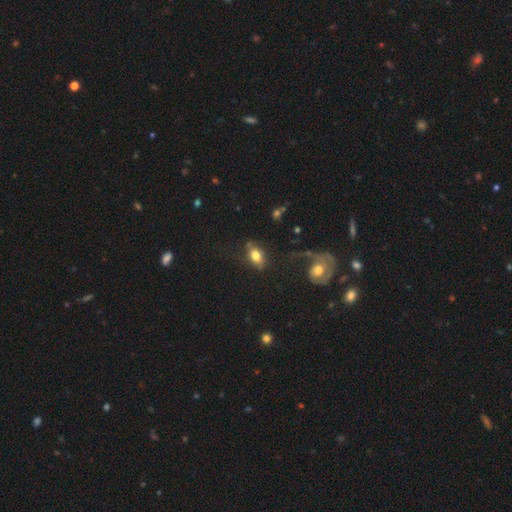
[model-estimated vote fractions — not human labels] Overall: smooth (73%). How rounded: in between (80%). Merging: none (65%).